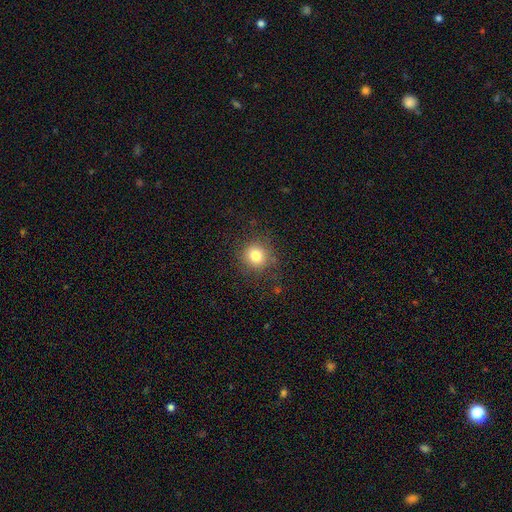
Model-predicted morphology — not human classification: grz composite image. It shows a smooth galaxy with no disk features (80%) that is round (92%). Merging: none (85%).